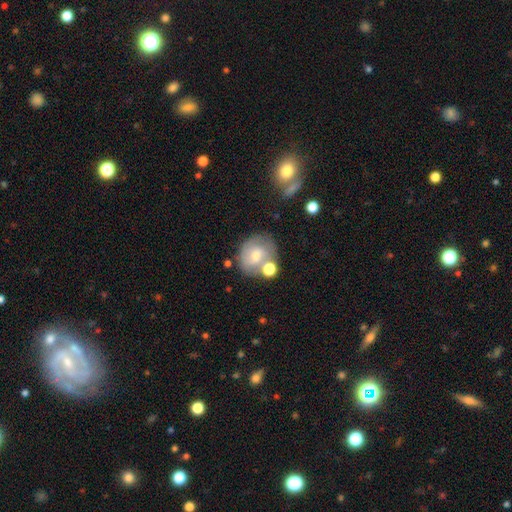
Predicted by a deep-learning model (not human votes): Overall: smooth (50%; featured or disk 40%). Merging: none (54%; merger 20%).